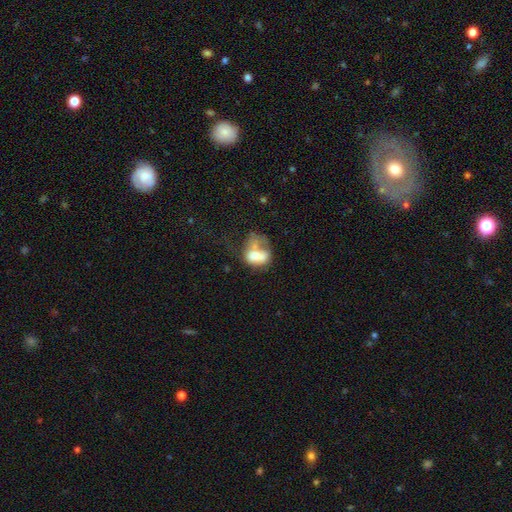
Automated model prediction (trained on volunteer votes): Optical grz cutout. It shows a smooth galaxy with no disk features (56%) that is in between round and cigar-shaped (67%). Merging: merger (41%).